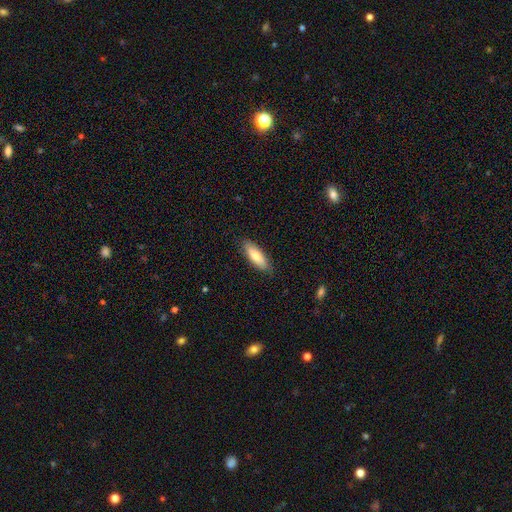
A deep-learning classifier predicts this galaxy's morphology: smooth_or_featured: smooth (p=0.74) [alt: featured or disk p=0.20]
how_rounded: in between (p=0.61) [alt: cigar-shaped p=0.37]
merging: none (p=0.86) [alt: minor disturbance p=0.11]